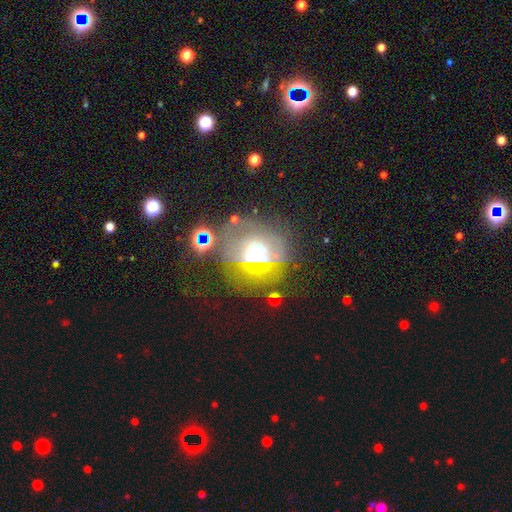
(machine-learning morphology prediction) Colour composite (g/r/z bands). It shows a featured or disk galaxy (50%). Merging: none (41%).